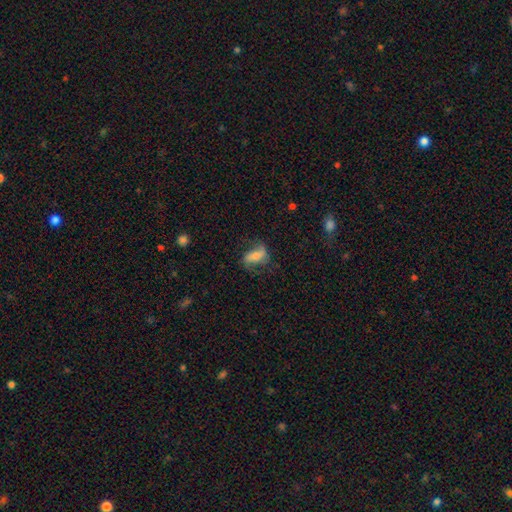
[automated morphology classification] type=smooth (48%); merging=none (59%).